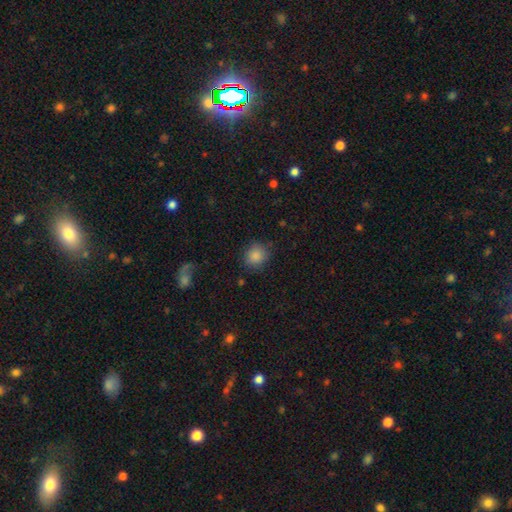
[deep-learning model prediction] Smooth or featured? smooth (86%)
How rounded? round (81%)
Merging? none (80%)